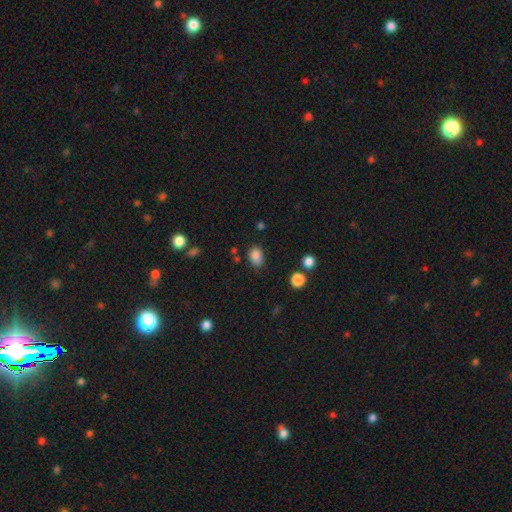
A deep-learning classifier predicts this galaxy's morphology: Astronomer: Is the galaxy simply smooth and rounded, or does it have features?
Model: smooth — 85%.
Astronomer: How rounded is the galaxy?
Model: in between — 80%.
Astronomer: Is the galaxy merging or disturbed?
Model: none — 74%.